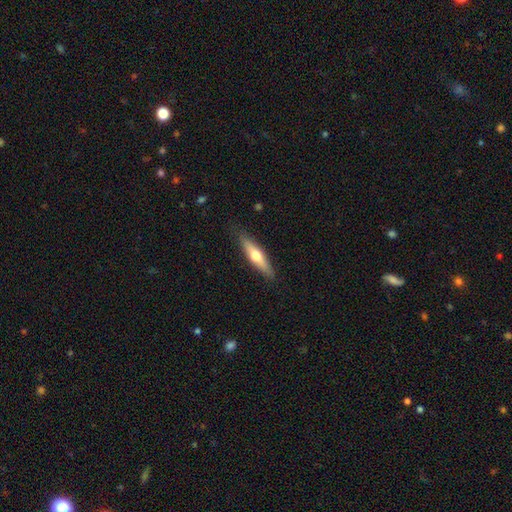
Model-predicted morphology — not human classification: smooth-or-featured: smooth: 52% | featured or disk: 43% | star or artifact: 5%
  how-rounded: cigar-shaped: 73% | in between: 26% | round: 2%
  merging: none: 86% | minor disturbance: 10% | major disturbance: 2% | merger: 1%